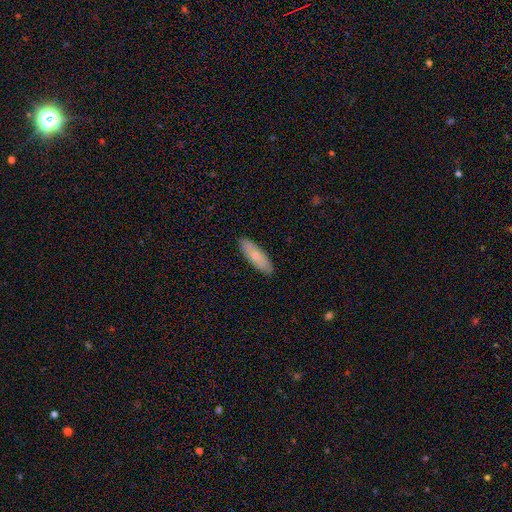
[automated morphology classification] Q: Smooth or featured?
A: smooth (75%); runner-up: featured or disk (20%)
Q: How rounded?
A: in between (53%); runner-up: cigar-shaped (46%)
Q: Merging?
A: none (88%); runner-up: minor disturbance (9%)